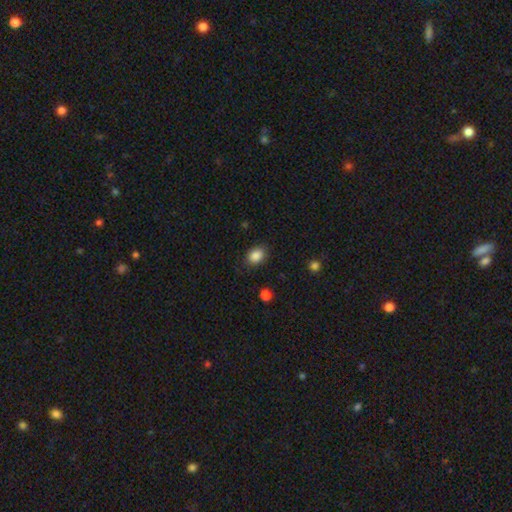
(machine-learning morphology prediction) smooth_or_featured: smooth (p=0.87) [alt: star or artifact p=0.09]
how_rounded: in between (p=0.67) [alt: round p=0.32]
merging: none (p=0.82) [alt: minor disturbance p=0.13]